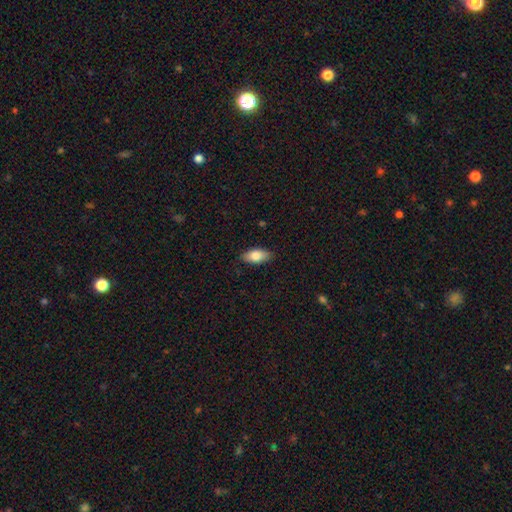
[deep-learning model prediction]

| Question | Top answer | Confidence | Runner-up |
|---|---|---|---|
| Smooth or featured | smooth | 80% | featured or disk (13%) |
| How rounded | in between | 90% | cigar-shaped (6%) |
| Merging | none | 86% | minor disturbance (11%) |